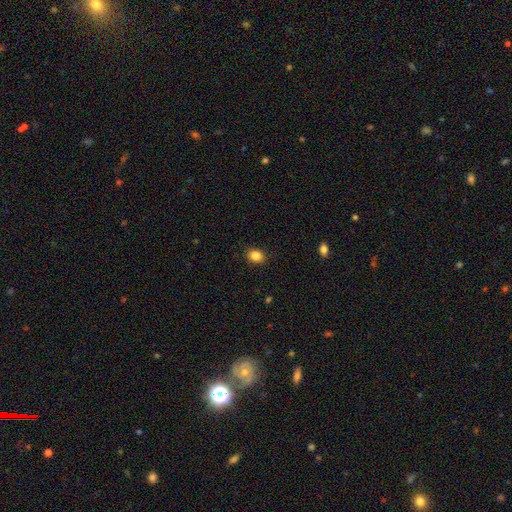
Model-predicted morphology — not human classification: Overall: smooth (86%). How rounded: in between (55%; round 44%). Merging: none (89%).